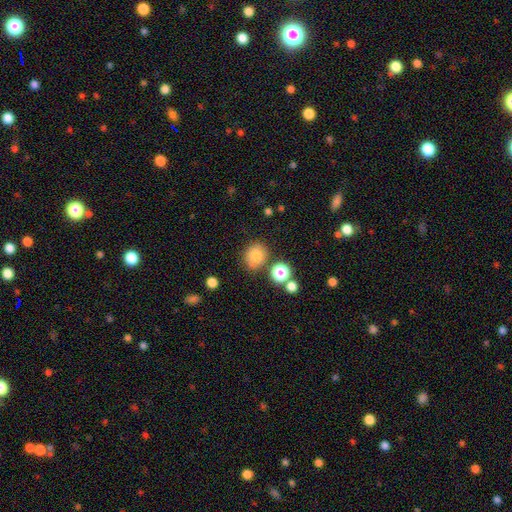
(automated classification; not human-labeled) Smooth or featured? smooth (80%)
How rounded? round (76%)
Merging? none (77%)